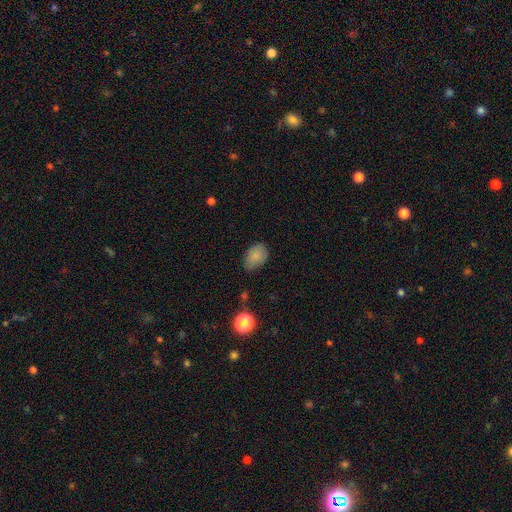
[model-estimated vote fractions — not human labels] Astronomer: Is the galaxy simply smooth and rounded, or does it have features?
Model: smooth — 84%.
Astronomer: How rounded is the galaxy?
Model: in between — 83%.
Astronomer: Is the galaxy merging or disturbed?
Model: none — 71%.